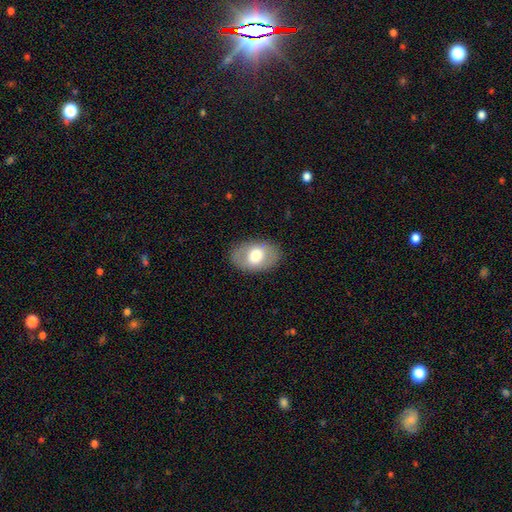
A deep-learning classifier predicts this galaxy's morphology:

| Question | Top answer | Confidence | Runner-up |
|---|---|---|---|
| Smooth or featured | smooth | 64% | featured or disk (29%) |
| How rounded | in between | 85% | round (14%) |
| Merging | none | 84% | minor disturbance (11%) |